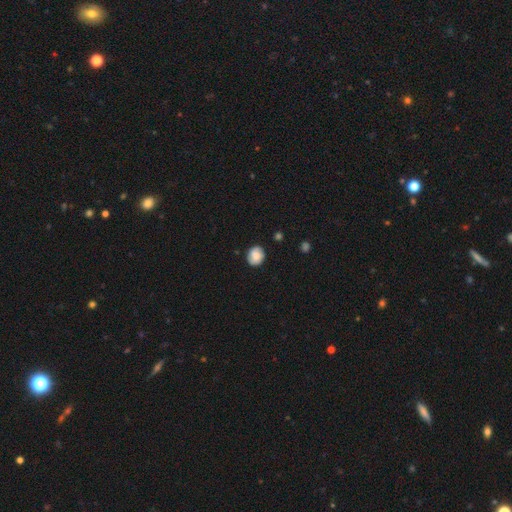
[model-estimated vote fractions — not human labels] A smooth galaxy with no disk features (72%) that is round (72%).

Vote fractions:
- Smooth or featured? smooth: 72% / featured or disk: 20% / star or artifact: 9%
- How rounded? round: 72% / in between: 27% / cigar-shaped: 1%
- Merging? none: 82% / minor disturbance: 13% / major disturbance: 3% / merger: 1%